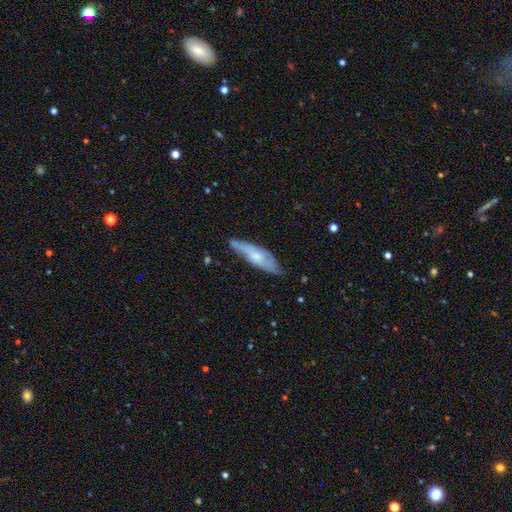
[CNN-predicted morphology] This appears to be a featured or disk galaxy (53%). Merging: none (63%).